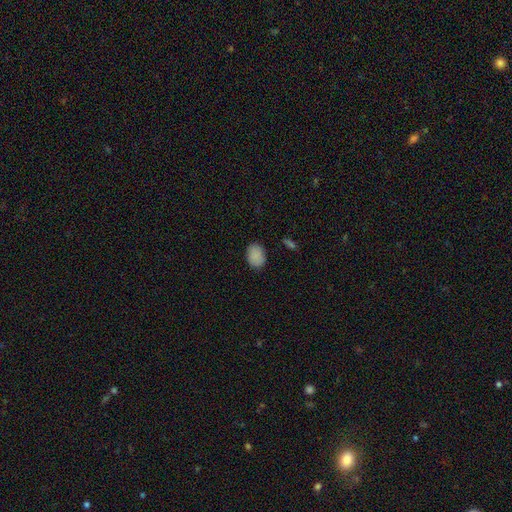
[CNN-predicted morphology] smooth_or_featured: smooth (p=0.87) [alt: star or artifact p=0.09]
how_rounded: in between (p=0.72) [alt: round p=0.27]
merging: none (p=0.84) [alt: minor disturbance p=0.12]